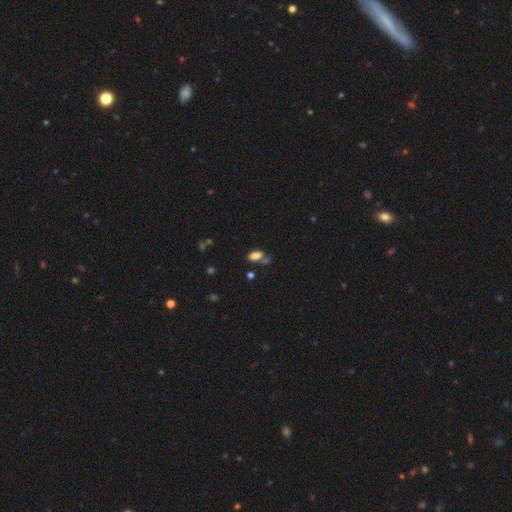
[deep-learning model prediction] A smooth galaxy with no disk features (80%) that is in between round and cigar-shaped (88%).

Vote fractions:
- Smooth or featured? smooth: 80% / star or artifact: 11% / featured or disk: 8%
- How rounded? in between: 88% / cigar-shaped: 8% / round: 4%
- Merging? none: 55% / merger: 20% / minor disturbance: 17% / major disturbance: 7%